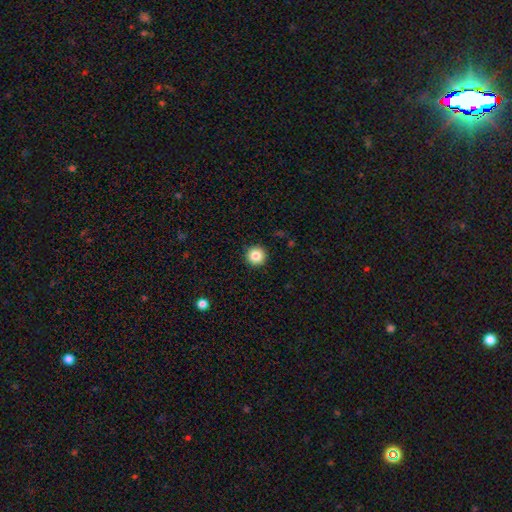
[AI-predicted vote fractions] The model was most divided on "smooth or featured": smooth: 84%, star or artifact: 10%, featured or disk: 5%. More confident: how rounded — round (96%); merging — none (92%).